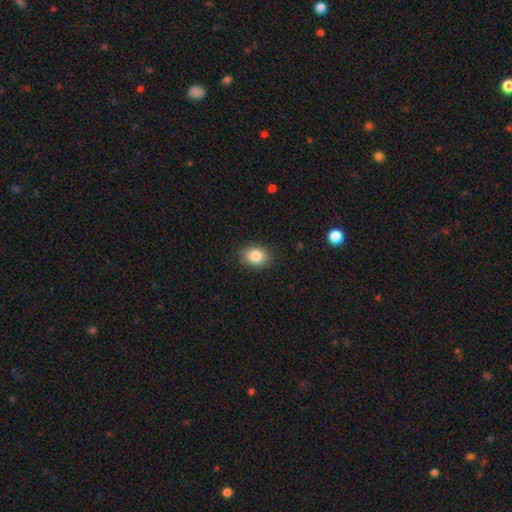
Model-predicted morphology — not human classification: A smooth galaxy with no disk features (85%) that is in between round and cigar-shaped (62%).

Vote fractions:
- Smooth or featured? smooth: 85% / star or artifact: 9% / featured or disk: 6%
- How rounded? in between: 62% / round: 37% / cigar-shaped: 1%
- Merging? none: 87% / minor disturbance: 10% / major disturbance: 3% / merger: 1%